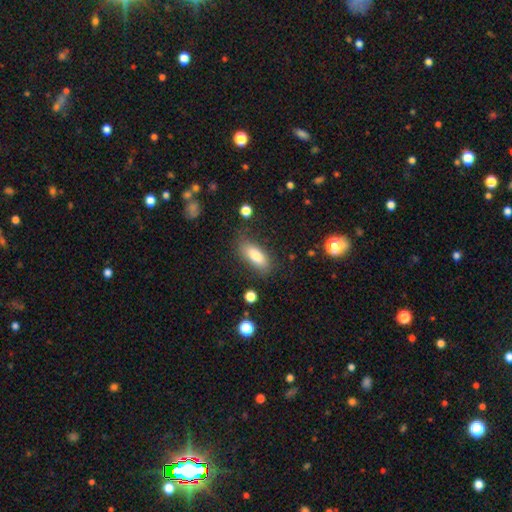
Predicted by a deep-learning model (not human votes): Q: Smooth or featured?
A: smooth (79%); runner-up: featured or disk (13%)
Q: How rounded?
A: in between (79%); runner-up: cigar-shaped (18%)
Q: Merging?
A: none (77%); runner-up: minor disturbance (16%)